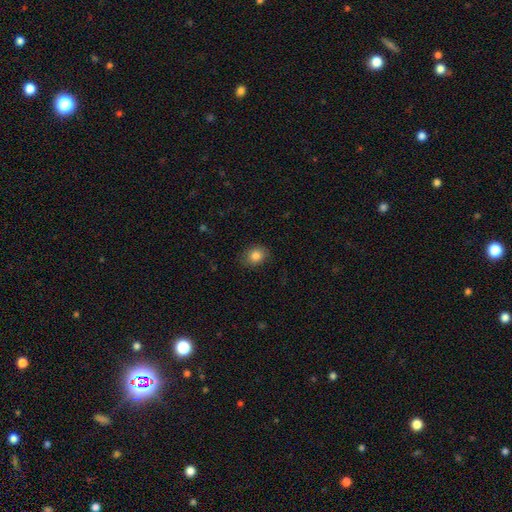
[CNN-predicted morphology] A smooth galaxy with no disk features (84%) that is round (54%). Merging: none (84%).